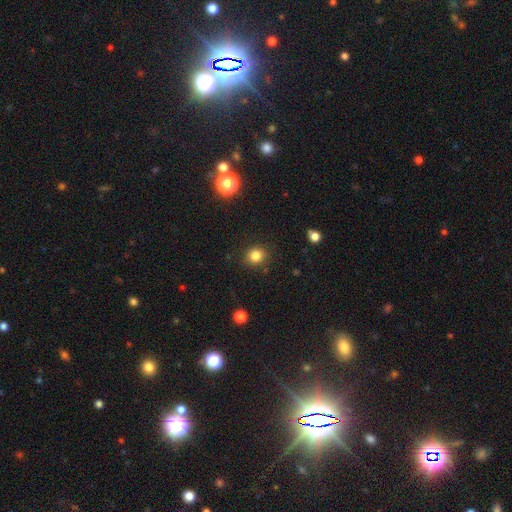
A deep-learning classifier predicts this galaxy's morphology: A smooth galaxy with no disk features (83%) that is round (82%). Merging: none (89%).